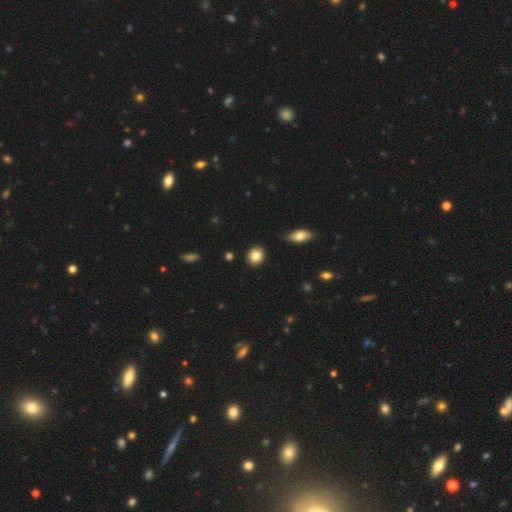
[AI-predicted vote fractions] Morphology: type=smooth (85%); roundness=round (66%); merging=none (90%).